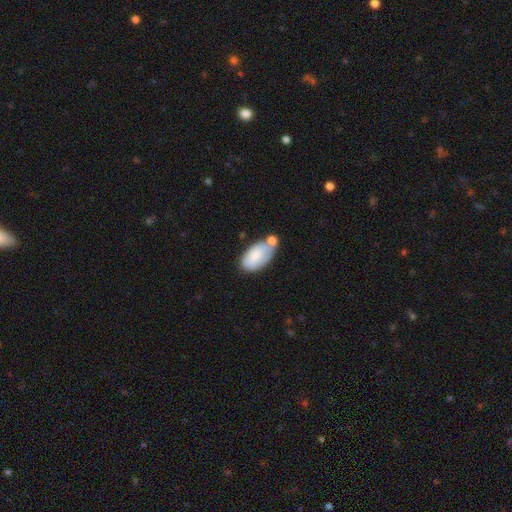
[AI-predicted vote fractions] smooth 73%, featured or disk 20%, star or artifact 6%. Down the decision tree: how rounded — in between (95%); merging — none (39%).